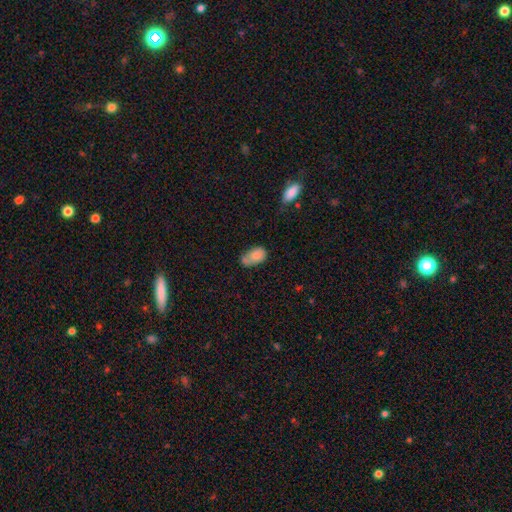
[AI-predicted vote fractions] Q: Smooth or featured?
A: smooth (79%); runner-up: featured or disk (12%)
Q: How rounded?
A: in between (87%); runner-up: round (11%)
Q: Merging?
A: none (35%); runner-up: merger (27%)